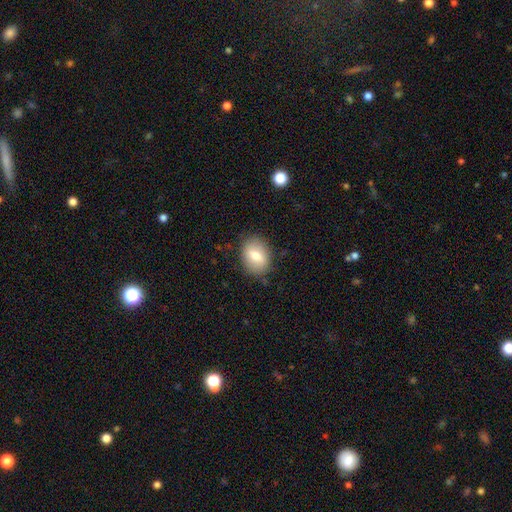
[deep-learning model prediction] Overall: smooth (74%). How rounded: in between (64%; round 35%). Merging: none (82%).